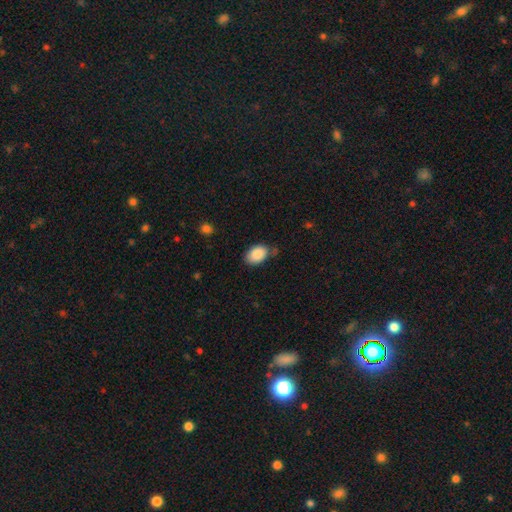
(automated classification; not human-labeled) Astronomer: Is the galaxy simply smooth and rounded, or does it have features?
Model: smooth — 88%.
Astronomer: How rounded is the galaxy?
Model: in between — 86%.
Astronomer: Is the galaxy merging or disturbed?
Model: none — 72%.